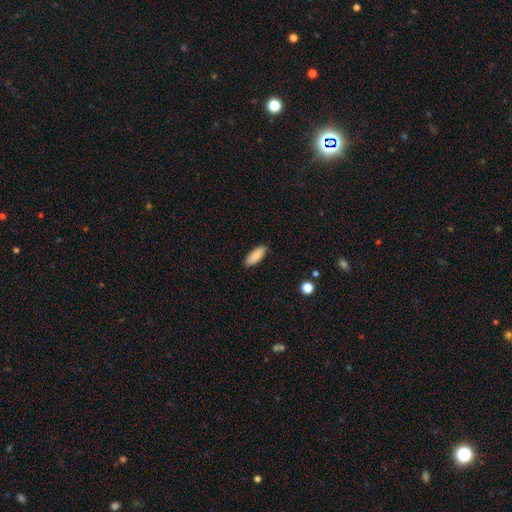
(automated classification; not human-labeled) This is clearly a smooth galaxy (88%). How rounded: likely in between (76%). Merging: clearly none (87%).